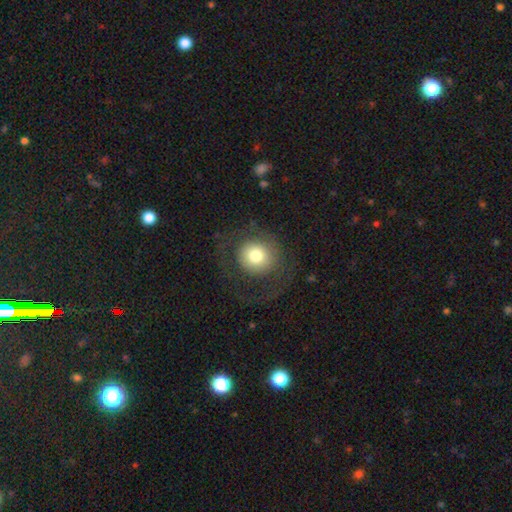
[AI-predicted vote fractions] Morphology: type=smooth (60%); roundness=round (90%); merging=none (65%).